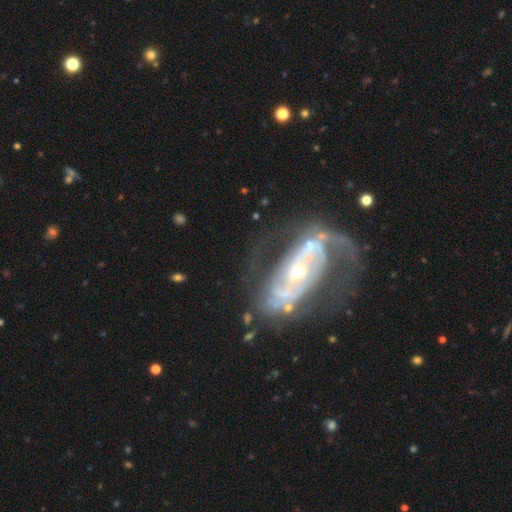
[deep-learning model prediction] Q: Smooth or featured?
A: featured or disk (85%); runner-up: smooth (8%)
Q: Edge-on disk?
A: no (93%); runner-up: yes (7%)
Q: Bar?
A: no (41%); runner-up: strong (33%)
Q: Spiral arms?
A: yes (88%); runner-up: no (12%)
Q: Spiral winding?
A: medium (43%); runner-up: tight (29%)
Q: Spiral arm count?
A: 2 (75%); runner-up: can't tell (12%)
Q: Bulge size?
A: small (61%); runner-up: moderate (33%)
Q: Merging?
A: none (58%); runner-up: major disturbance (22%)